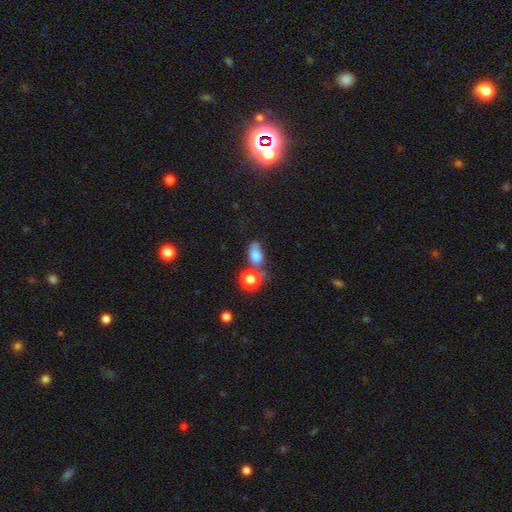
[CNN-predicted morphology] type=smooth (77%); roundness=in between (75%); merging=none (47%).